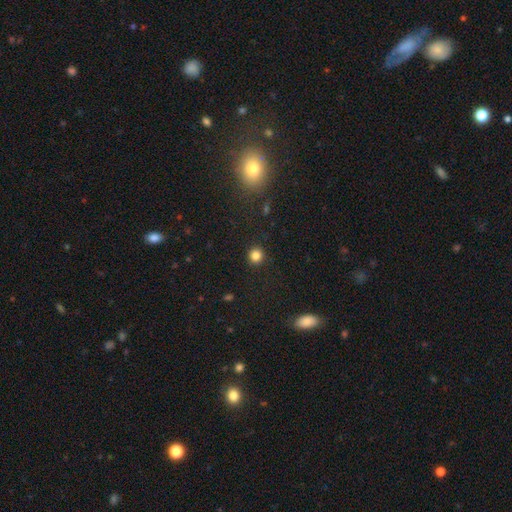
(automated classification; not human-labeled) smooth-or-featured: smooth: 83% | star or artifact: 12% | featured or disk: 4%
  how-rounded: round: 92% | in between: 7% | cigar-shaped: 1%
  merging: none: 92% | minor disturbance: 5% | major disturbance: 2% | merger: 1%